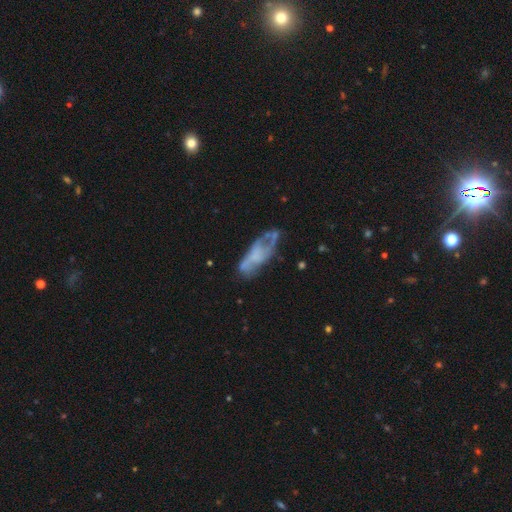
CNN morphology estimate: This is likely a featured or disk galaxy (61%). It is clearly not viewed edge-on (85%). Bar: likely no (78%). Spiral arm pattern: possibly no (55%). Central bulge: possibly none (59%). Merging: possibly none (47%).